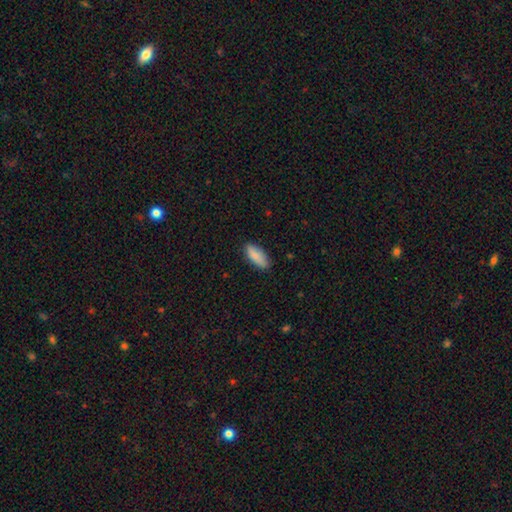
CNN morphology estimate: smooth-or-featured: smooth: 87% | featured or disk: 7% | star or artifact: 6%
  how-rounded: in between: 78% | cigar-shaped: 20% | round: 2%
  merging: none: 84% | minor disturbance: 13% | major disturbance: 2% | merger: 1%